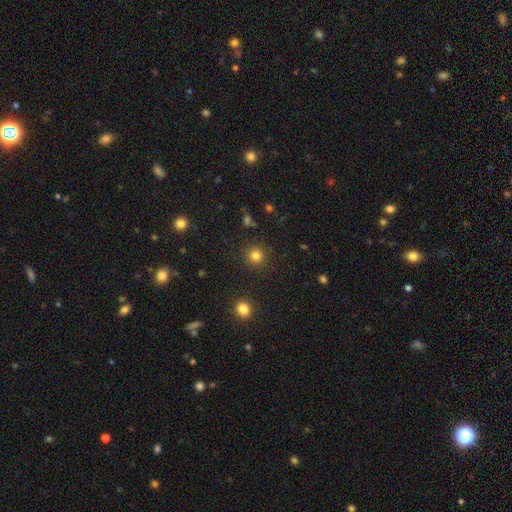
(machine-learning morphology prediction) Smooth or featured? Predicted: smooth (p=0.81). How rounded? Predicted: round (p=0.94). Merging? Predicted: none (p=0.90).